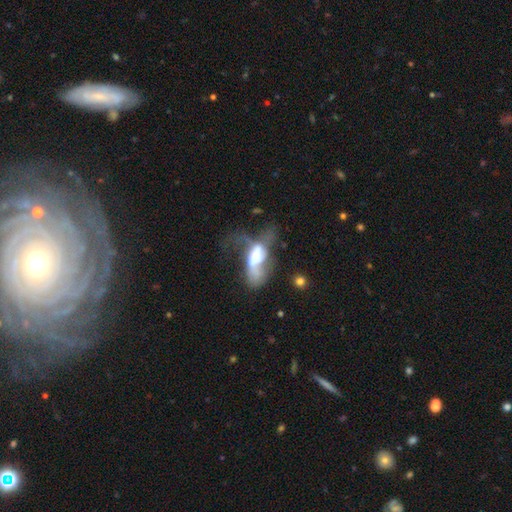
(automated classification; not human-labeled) This appears to be a featured or disk galaxy (59%) with no bar (44%), spiral arms (55%) and a moderate central bulge (44%). Merging: major disturbance (46%).